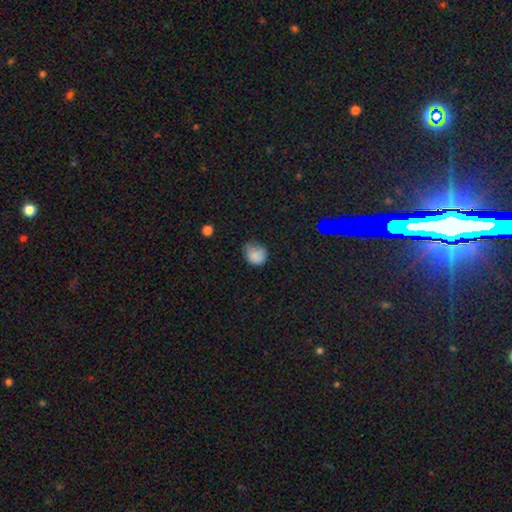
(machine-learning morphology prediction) A smooth galaxy with no disk features (79%) that is round (64%).

Vote fractions:
- Smooth or featured? smooth: 79% / star or artifact: 12% / featured or disk: 9%
- How rounded? round: 64% / in between: 35% / cigar-shaped: 1%
- Merging? none: 47% / minor disturbance: 39% / major disturbance: 12% / merger: 2%